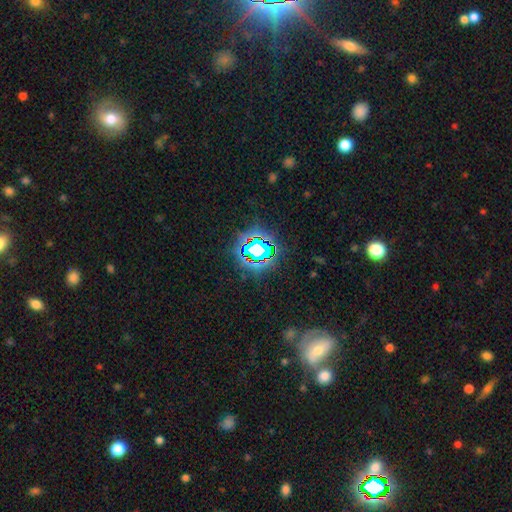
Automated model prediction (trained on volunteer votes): Smooth or featured? Predicted: star or artifact (p=0.73).